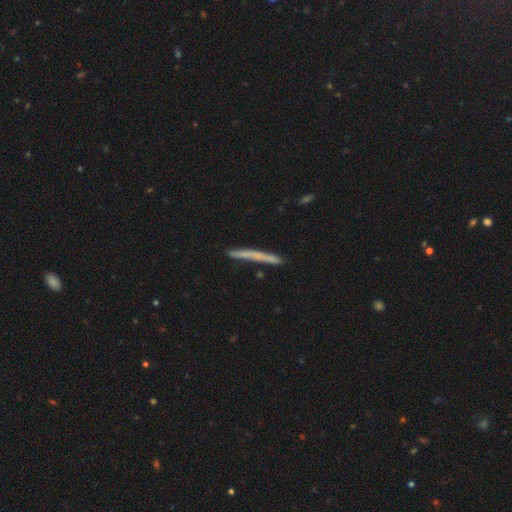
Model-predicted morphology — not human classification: smooth_or_featured: smooth (p=0.59) [alt: featured or disk p=0.34]
how_rounded: cigar-shaped (p=0.97) [alt: in between p=0.02]
merging: none (p=0.85) [alt: minor disturbance p=0.11]